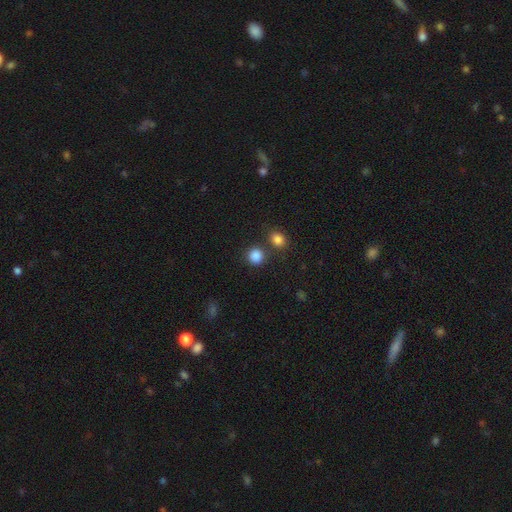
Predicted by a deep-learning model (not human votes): smooth-or-featured: smooth: 85% | star or artifact: 11% | featured or disk: 4%
  how-rounded: round: 87% | in between: 12% | cigar-shaped: 1%
  merging: none: 74% | merger: 14% | minor disturbance: 9% | major disturbance: 3%